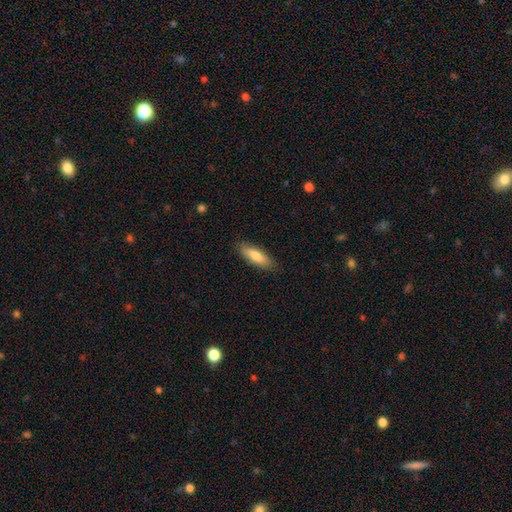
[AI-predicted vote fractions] Q: Smooth or featured?
A: smooth (79%); runner-up: featured or disk (15%)
Q: How rounded?
A: in between (52%); runner-up: cigar-shaped (46%)
Q: Merging?
A: none (86%); runner-up: minor disturbance (10%)